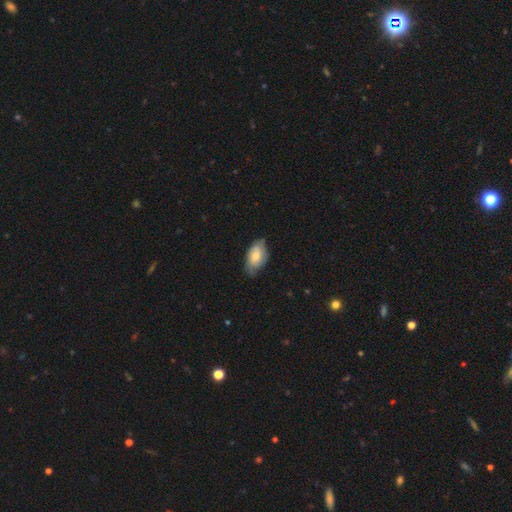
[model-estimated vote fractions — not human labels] Smooth or featured? smooth (61%)
How rounded? in between (93%)
Merging? none (63%)